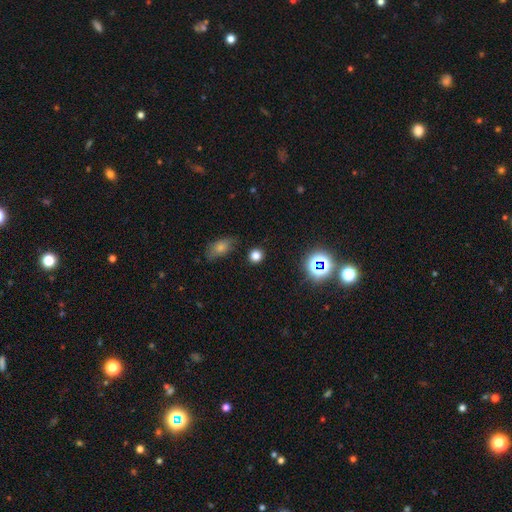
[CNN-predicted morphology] The model was most divided on "smooth or featured": smooth: 75%, star or artifact: 20%, featured or disk: 5%. More confident: how rounded — round (85%); merging — none (85%).